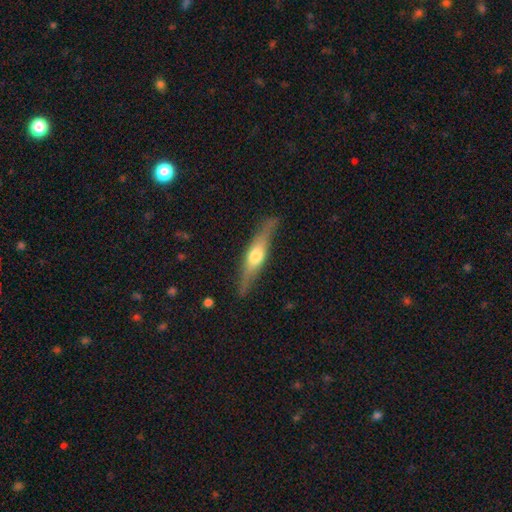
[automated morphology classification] Smooth or featured? Predicted: featured or disk (p=0.60). Edge-on disk? Predicted: yes (p=0.91). Edge-on bulge? Predicted: rounded (p=0.89). Merging? Predicted: none (p=0.83).